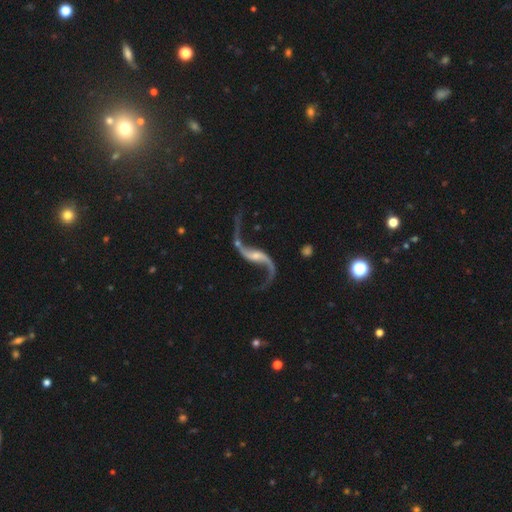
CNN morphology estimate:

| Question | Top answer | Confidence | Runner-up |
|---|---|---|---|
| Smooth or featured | featured or disk | 92% | star or artifact (5%) |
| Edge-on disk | no | 96% | yes (4%) |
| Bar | weak | 38% | no (37%) |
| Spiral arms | yes | 97% | no (3%) |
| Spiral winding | loose | 95% | medium (4%) |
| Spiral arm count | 2 | 94% | 1 (2%) |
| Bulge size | small | 56% | moderate (26%) |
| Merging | none | 65% | minor disturbance (14%) |